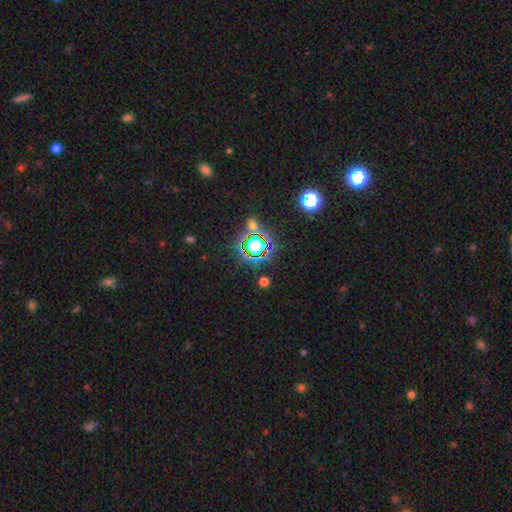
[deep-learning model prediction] This appears to be a star or artifact, not a galaxy (79%).